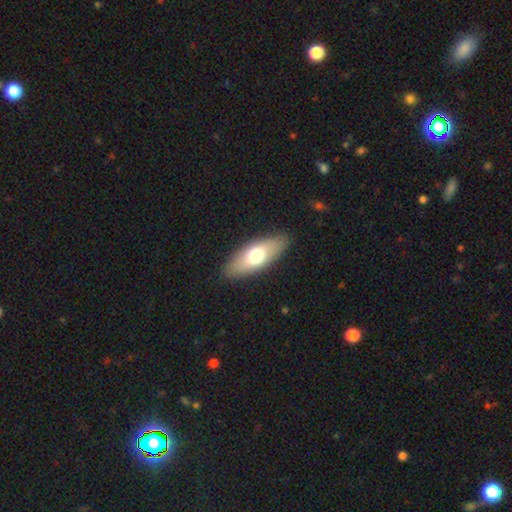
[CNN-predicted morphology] A smooth galaxy with no disk features (67%) that is in between round and cigar-shaped (75%).

Vote fractions:
- Smooth or featured? smooth: 67% / featured or disk: 27% / star or artifact: 6%
- How rounded? in between: 75% / cigar-shaped: 22% / round: 3%
- Merging? none: 88% / minor disturbance: 9% / major disturbance: 2% / merger: 1%